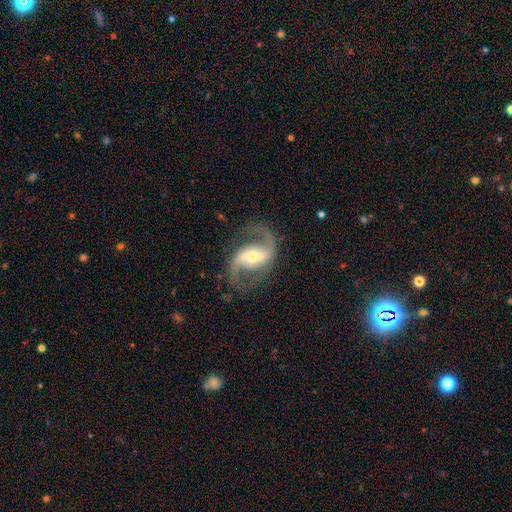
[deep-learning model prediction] This is clearly a featured or disk galaxy (91%). It is clearly not viewed edge-on (97%). Bar: marginally strong (41%). Spiral arm pattern: clearly yes (97%). Spiral arm count: clearly 2 (92%). Spiral winding: possibly loose (48%). Central bulge: possibly moderate (50%). Merging: likely none (78%).